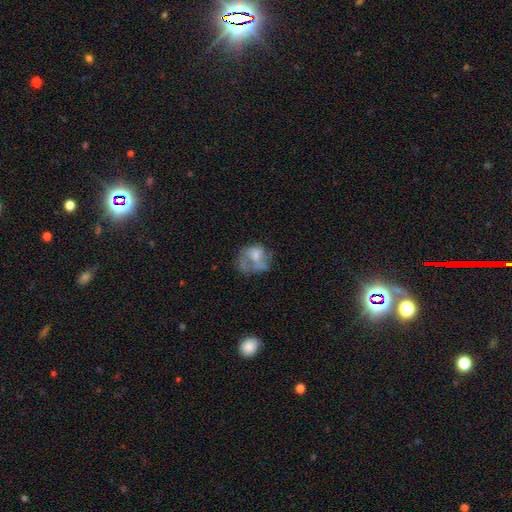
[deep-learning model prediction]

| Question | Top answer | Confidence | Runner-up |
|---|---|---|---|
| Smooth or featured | smooth | 47% | featured or disk (42%) |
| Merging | major disturbance | 38% | none (31%) |